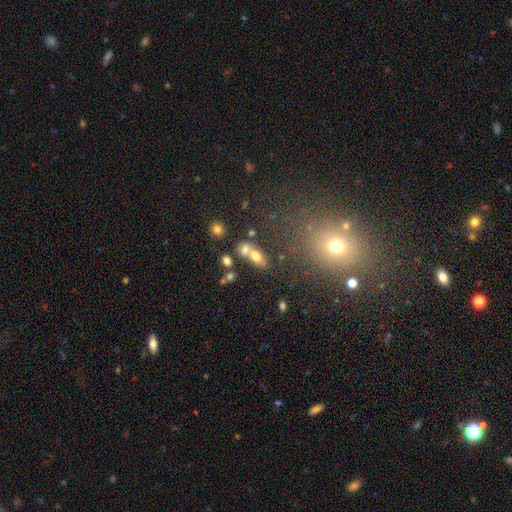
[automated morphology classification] Q: Smooth or featured?
A: smooth (66%); runner-up: featured or disk (22%)
Q: How rounded?
A: in between (77%); runner-up: round (15%)
Q: Merging?
A: merger (50%); runner-up: none (34%)